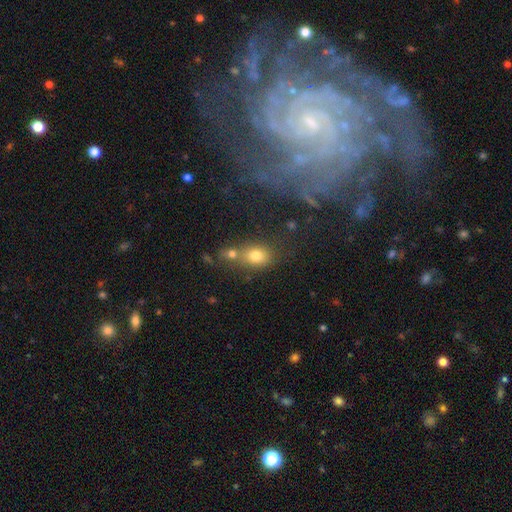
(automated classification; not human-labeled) Smooth or featured: smooth — 75% (star or artifact — 14%)
How rounded: in between — 56% (round — 41%)
Merging: none — 47% (merger — 35%)